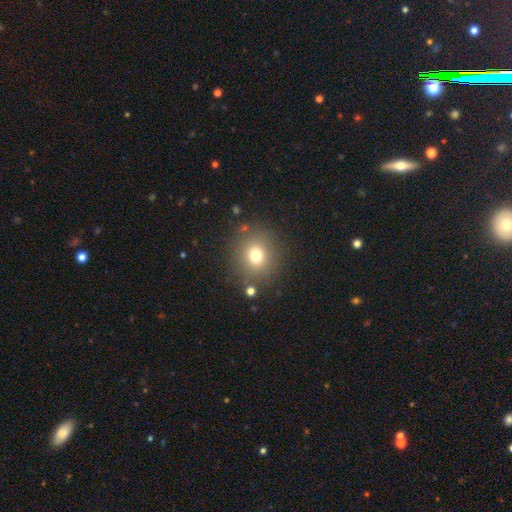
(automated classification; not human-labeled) smooth_or_featured: smooth (p=0.74) [alt: star or artifact p=0.15]
how_rounded: round (p=0.85) [alt: in between p=0.14]
merging: none (p=0.84) [alt: minor disturbance p=0.08]